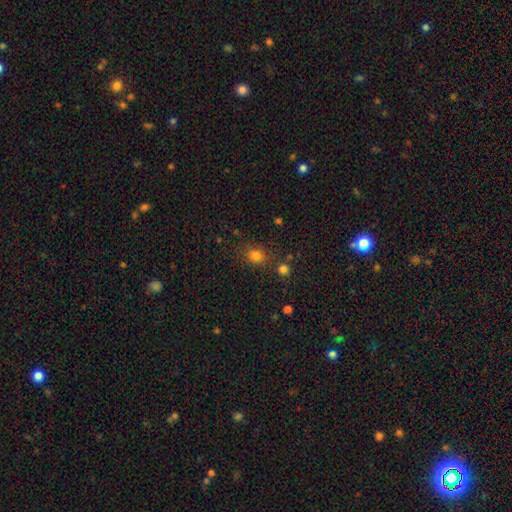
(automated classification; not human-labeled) Smooth or featured? Predicted: smooth (p=0.78). How rounded? Predicted: round (p=0.58). Merging? Predicted: none (p=0.75).